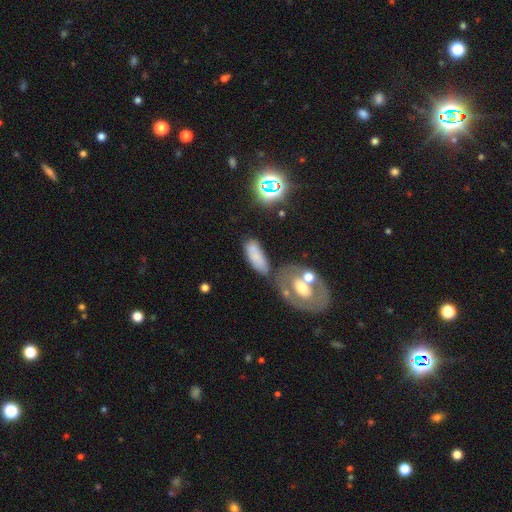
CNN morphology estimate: Smooth or featured? smooth (67%)
How rounded? in between (80%)
Merging? none (59%)